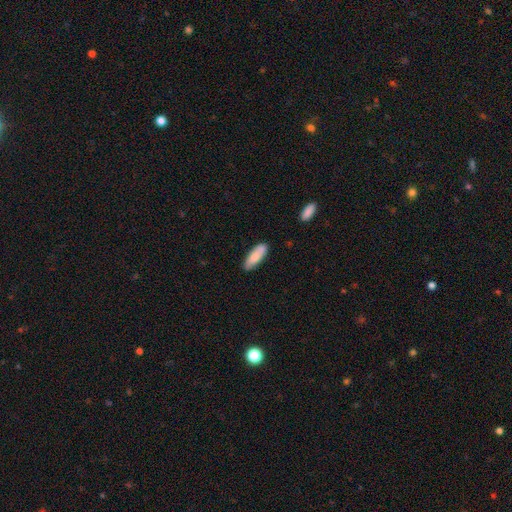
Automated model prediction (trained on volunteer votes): Overall: smooth (79%). How rounded: in between (55%; cigar-shaped 43%). Merging: none (81%).